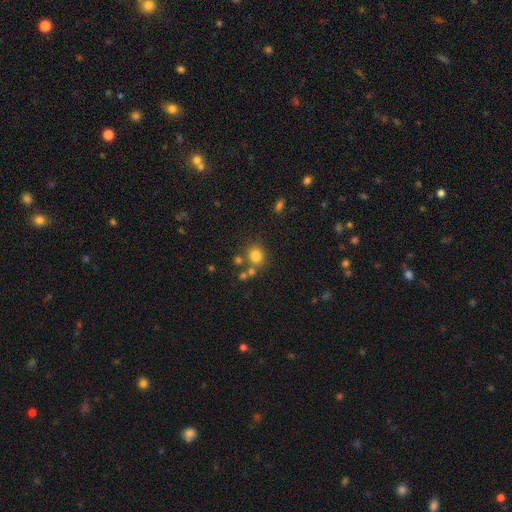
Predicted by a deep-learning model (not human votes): smooth-or-featured: smooth: 80% | star or artifact: 14% | featured or disk: 7%
  how-rounded: round: 81% | in between: 18% | cigar-shaped: 1%
  merging: none: 71% | merger: 14% | minor disturbance: 10% | major disturbance: 4%